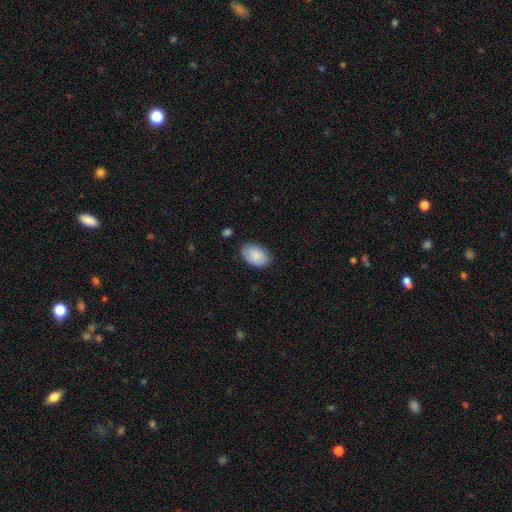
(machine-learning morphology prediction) Overall: smooth (85%). How rounded: in between (91%). Merging: none (76%).